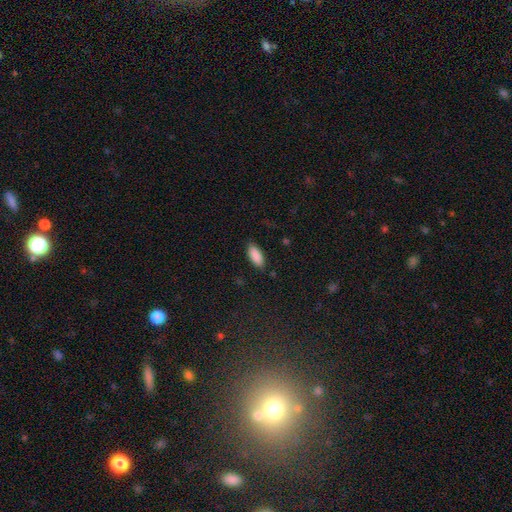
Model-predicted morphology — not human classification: Smooth or featured?
  - smooth: 89% *
  - star or artifact: 6%
  - featured or disk: 4%
How rounded?
  - in between: 84% *
  - cigar-shaped: 14%
  - round: 2%
Merging?
  - none: 86% *
  - minor disturbance: 11%
  - major disturbance: 2%
  - merger: 1%